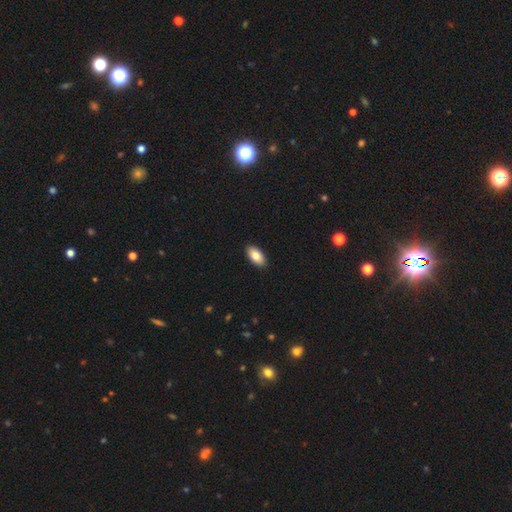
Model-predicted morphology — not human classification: A smooth galaxy with no disk features (84%) that is in between round and cigar-shaped (94%). Merging: none (91%).